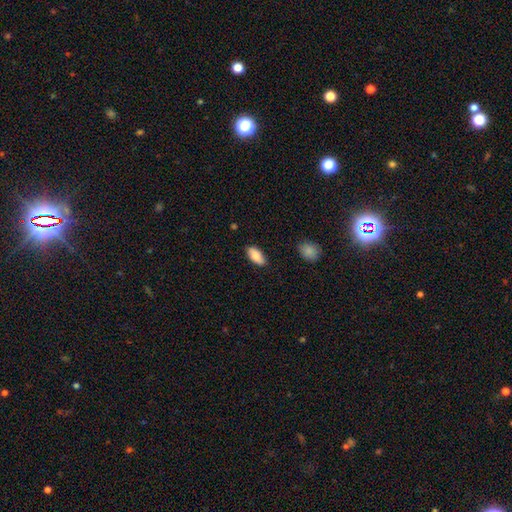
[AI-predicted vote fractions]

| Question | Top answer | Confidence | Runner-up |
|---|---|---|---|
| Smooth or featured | smooth | 84% | featured or disk (10%) |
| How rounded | in between | 91% | cigar-shaped (7%) |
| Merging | none | 84% | minor disturbance (12%) |